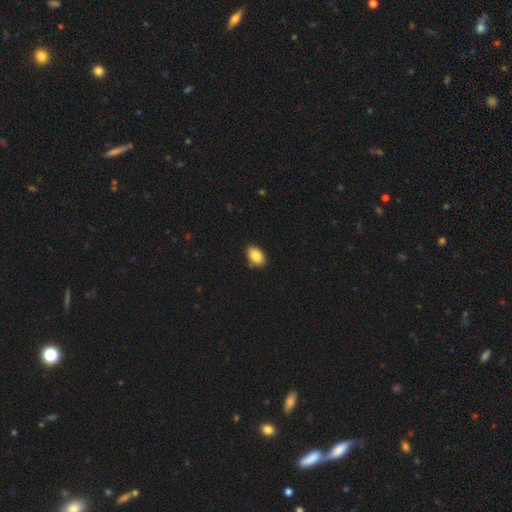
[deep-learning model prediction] smooth 86%, star or artifact 7%, featured or disk 7%. Down the decision tree: how rounded — in between (91%); merging — none (85%).